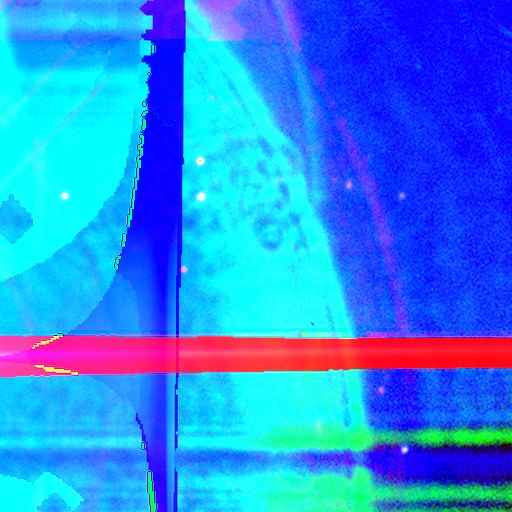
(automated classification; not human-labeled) Overall: star or artifact (87%).